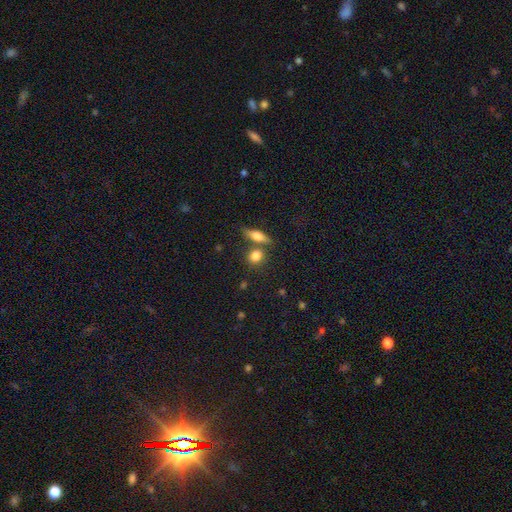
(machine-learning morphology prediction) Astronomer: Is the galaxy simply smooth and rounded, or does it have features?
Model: smooth — 81%.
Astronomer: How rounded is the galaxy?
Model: round — 54% (runner-up: in between, 39%).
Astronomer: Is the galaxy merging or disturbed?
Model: none — 64%.